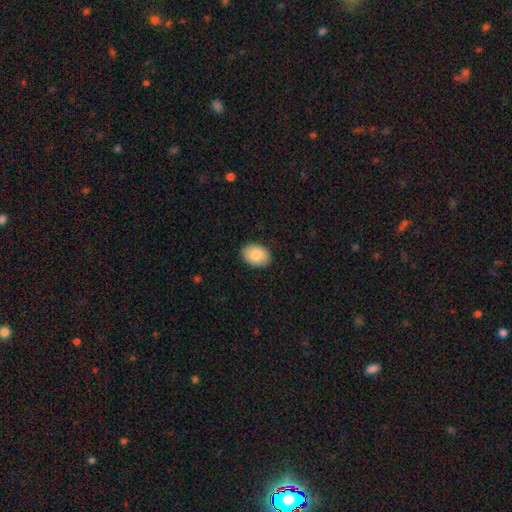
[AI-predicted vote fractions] Smooth or featured? Predicted: smooth (p=0.87). How rounded? Predicted: in between (p=0.79). Merging? Predicted: none (p=0.89).